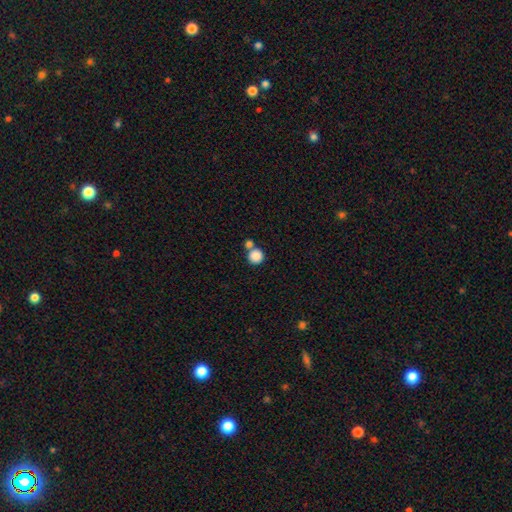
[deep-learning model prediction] Morphology: type=smooth (86%); roundness=round (93%); merging=none (59%).